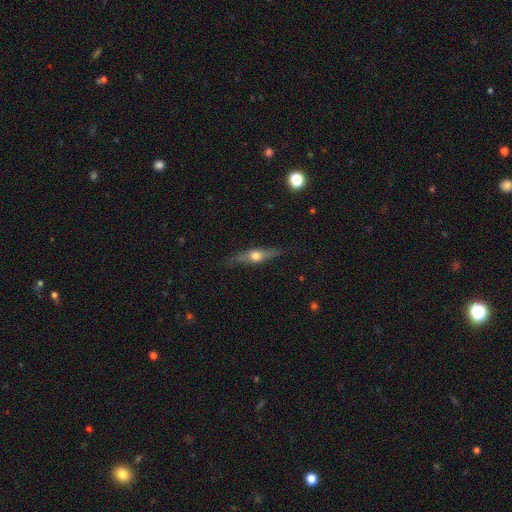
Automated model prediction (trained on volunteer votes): Smooth or featured? featured or disk (60%)
Edge-on disk? yes (92%)
Edge-on bulge? rounded (95%)
Merging? none (83%)